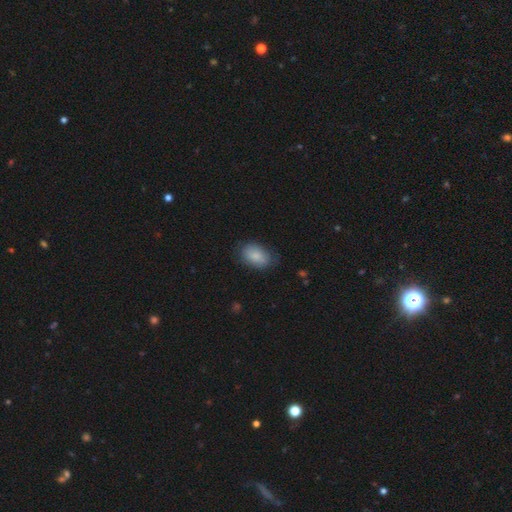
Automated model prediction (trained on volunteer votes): Q: Smooth or featured?
A: smooth (85%); runner-up: featured or disk (8%)
Q: How rounded?
A: in between (87%); runner-up: round (11%)
Q: Merging?
A: none (71%); runner-up: minor disturbance (22%)